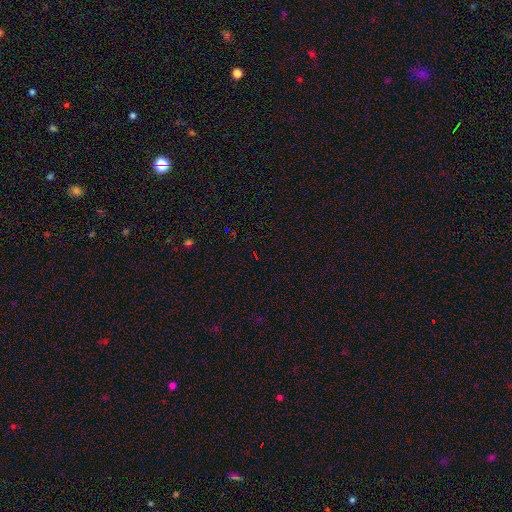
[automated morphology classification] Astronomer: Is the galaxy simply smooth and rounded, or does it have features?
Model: star or artifact — 75%.